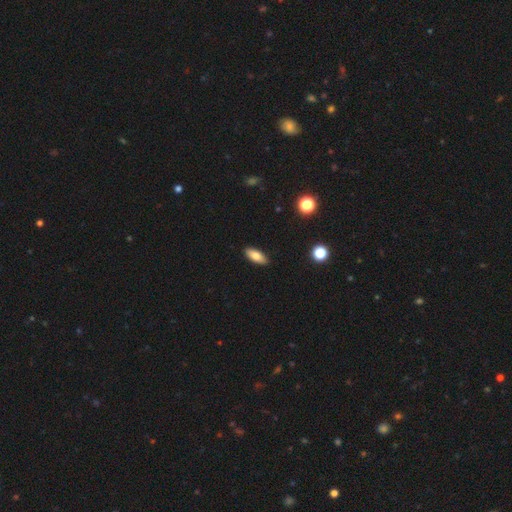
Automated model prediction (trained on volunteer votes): A smooth galaxy with no disk features (78%) that is in between round and cigar-shaped (79%).

Vote fractions:
- Smooth or featured? smooth: 78% / featured or disk: 15% / star or artifact: 7%
- How rounded? in between: 79% / cigar-shaped: 19% / round: 3%
- Merging? none: 89% / minor disturbance: 8% / major disturbance: 2% / merger: 1%